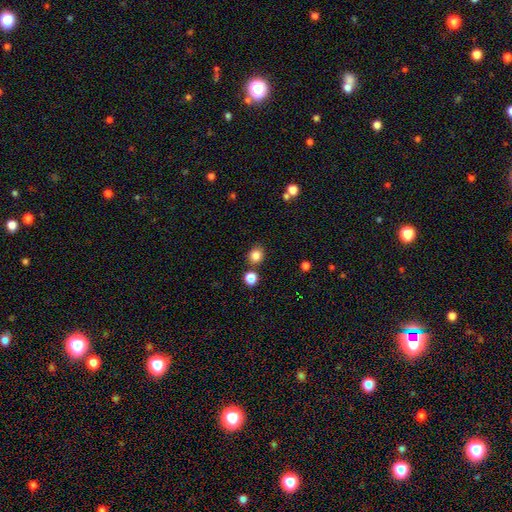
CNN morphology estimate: Smooth or featured? smooth (83%)
How rounded? round (79%)
Merging? none (79%)